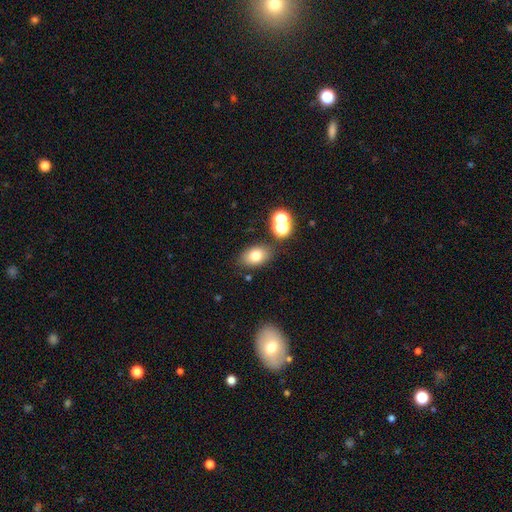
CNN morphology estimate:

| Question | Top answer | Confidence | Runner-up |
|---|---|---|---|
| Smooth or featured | smooth | 77% | star or artifact (12%) |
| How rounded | in between | 82% | round (17%) |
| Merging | none | 77% | minor disturbance (12%) |